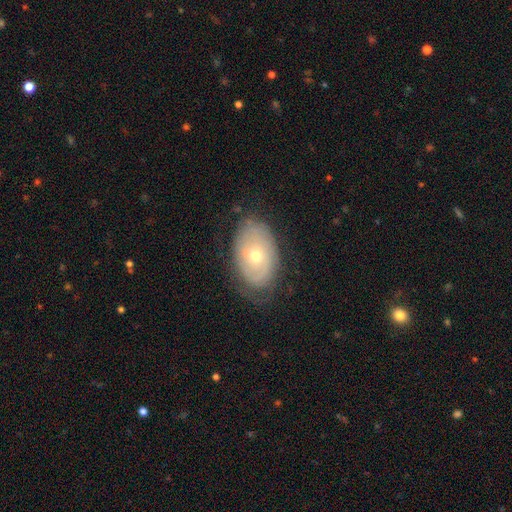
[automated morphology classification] Smooth or featured: featured or disk — 46% (tied with smooth — 46%)
Merging: none — 74% (minor disturbance — 20%)